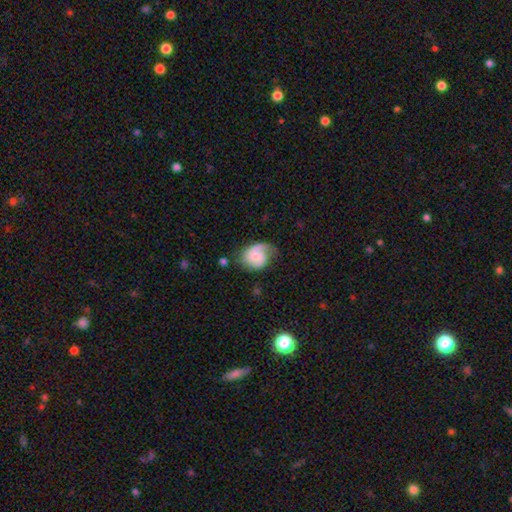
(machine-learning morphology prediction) This appears to be a featured or disk galaxy (49%). Merging: none (45%).